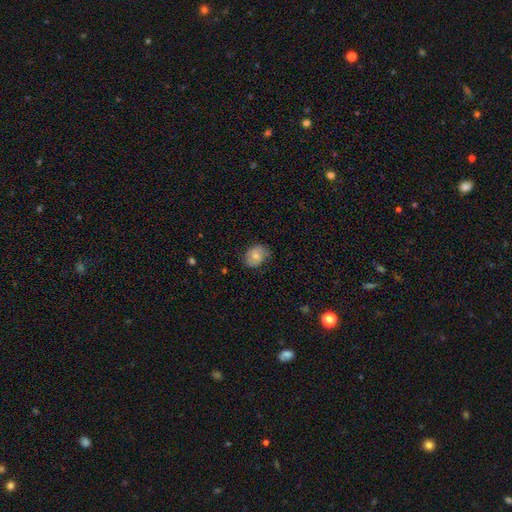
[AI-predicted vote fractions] smooth 68%, featured or disk 24%, star or artifact 8%. Down the decision tree: how rounded — in between (57%); merging — none (67%).